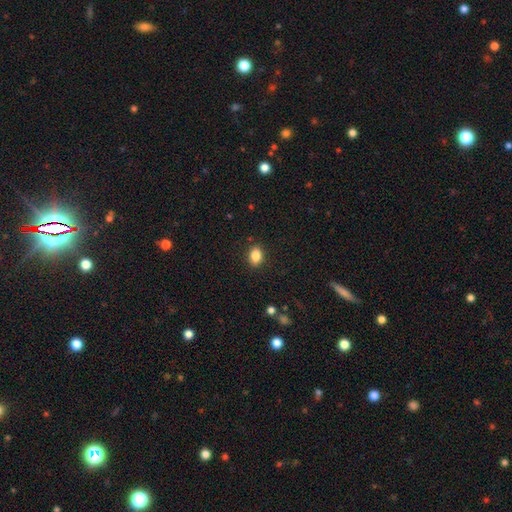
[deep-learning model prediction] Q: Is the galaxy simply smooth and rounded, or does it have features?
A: smooth — 86%.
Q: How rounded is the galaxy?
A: in between — 76%.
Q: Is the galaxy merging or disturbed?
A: none — 88%.